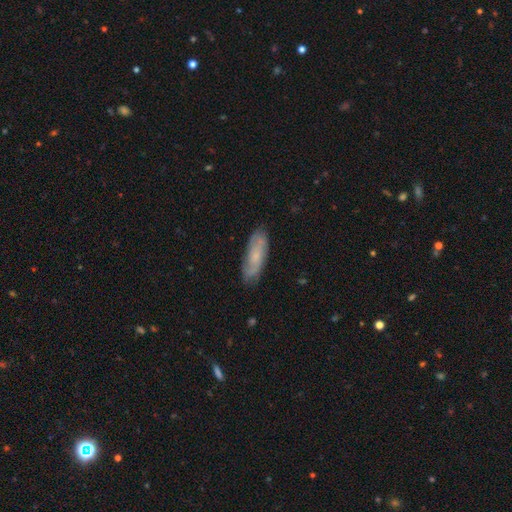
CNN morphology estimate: Smooth or featured: smooth — 49% (featured or disk — 44%)
Merging: none — 78% (minor disturbance — 17%)